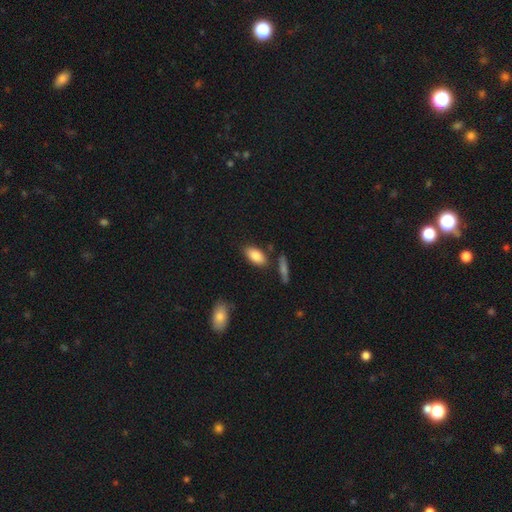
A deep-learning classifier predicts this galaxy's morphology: A smooth galaxy with no disk features (84%) that is in between round and cigar-shaped (89%). Merging: none (78%).